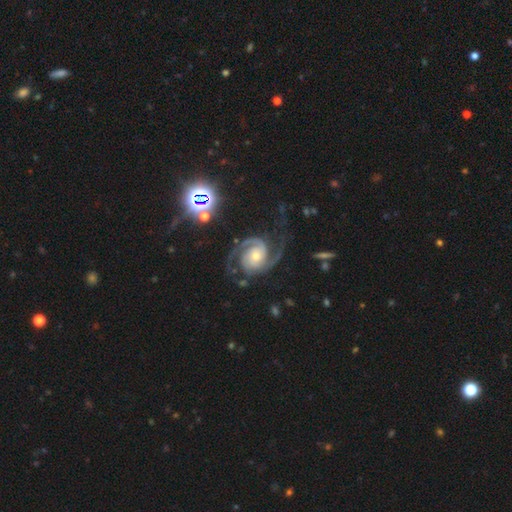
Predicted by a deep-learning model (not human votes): Smooth or featured?
  - featured or disk: 91% *
  - star or artifact: 6%
  - smooth: 3%
Edge-on disk?
  - no: 98% *
  - yes: 2%
Bar?
  - no: 66% *
  - weak: 24%
  - strong: 10%
Spiral arms?
  - yes: 99% *
  - no: 1%
Spiral winding?
  - medium: 54% *
  - tight: 33%
  - loose: 13%
Spiral arm count?
  - 2: 91% *
  - 3: 3%
  - can't tell: 2%
  - 1: 1%
  - 4: 1%
  - more than 4: 1%
Bulge size?
  - moderate: 50% *
  - small: 42%
  - large: 5%
  - none: 2%
  - dominant: 1%
Merging?
  - none: 73% *
  - minor disturbance: 15%
  - major disturbance: 10%
  - merger: 2%